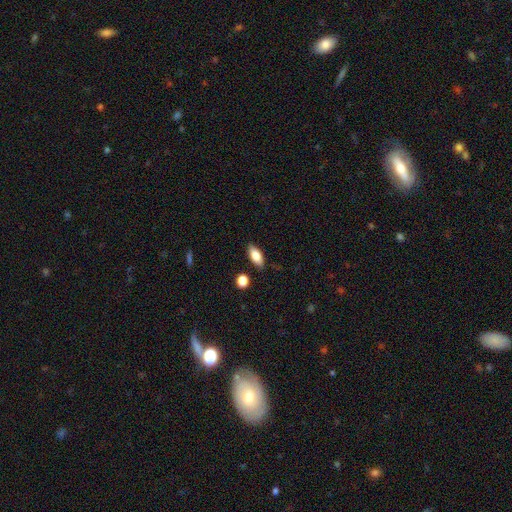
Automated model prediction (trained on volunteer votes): A smooth galaxy with no disk features (76%) that is in between round and cigar-shaped (83%).

Vote fractions:
- Smooth or featured? smooth: 76% / featured or disk: 16% / star or artifact: 7%
- How rounded? in between: 83% / cigar-shaped: 14% / round: 4%
- Merging? none: 85% / minor disturbance: 10% / merger: 2% / major disturbance: 2%